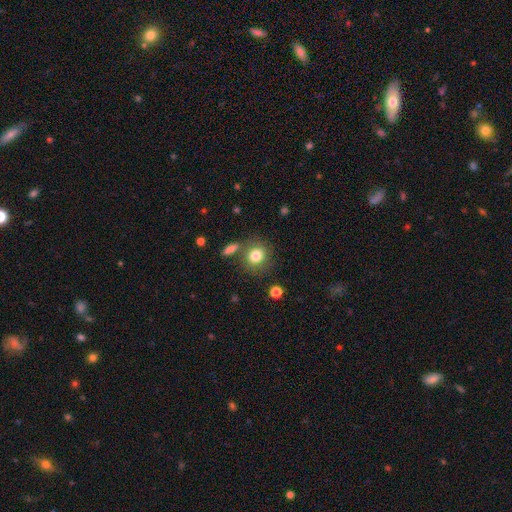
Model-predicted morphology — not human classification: A smooth galaxy with no disk features (81%) that is round (78%).

Vote fractions:
- Smooth or featured? smooth: 81% / star or artifact: 10% / featured or disk: 9%
- How rounded? round: 78% / in between: 21% / cigar-shaped: 1%
- Merging? none: 73% / minor disturbance: 12% / merger: 10% / major disturbance: 5%